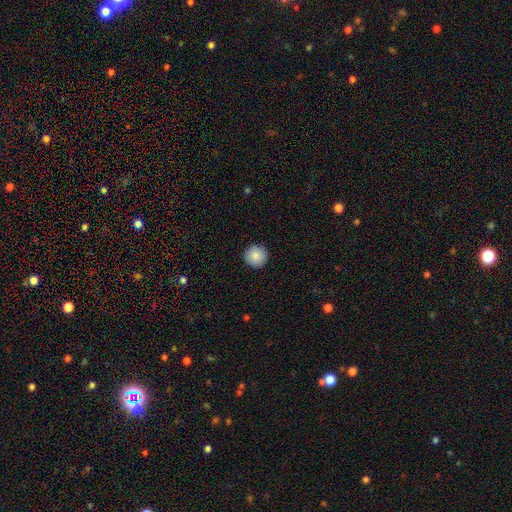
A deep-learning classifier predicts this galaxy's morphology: Smooth or featured: smooth — 87% (star or artifact — 7%)
How rounded: round — 96% (in between — 3%)
Merging: none — 92% (minor disturbance — 5%)